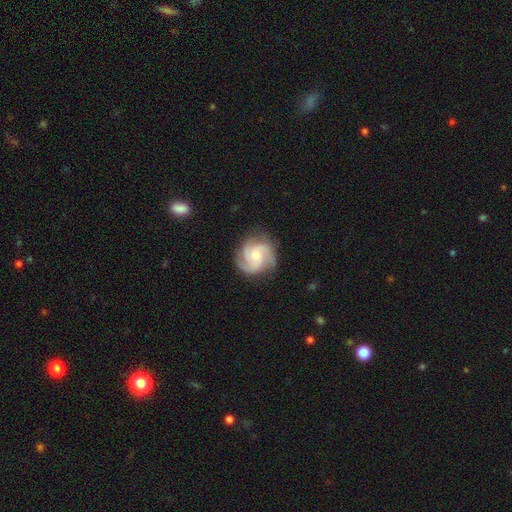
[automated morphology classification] A featured or disk galaxy (87%) with no bar (70%), 3 (70%) tight (48%) spiral arms (98%) and a small central bulge (49%). Merging: none (80%).